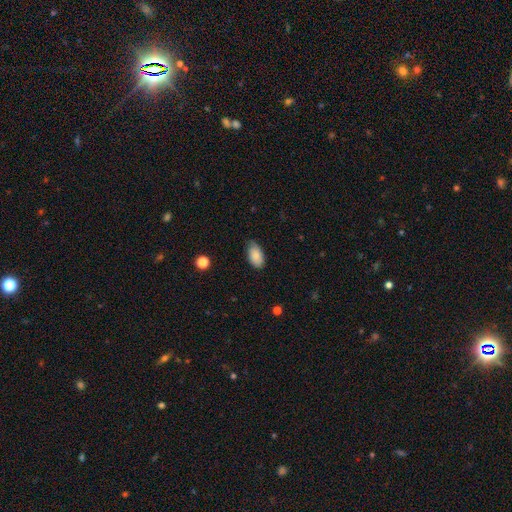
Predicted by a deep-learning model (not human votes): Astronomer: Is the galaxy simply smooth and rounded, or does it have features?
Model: smooth — 84%.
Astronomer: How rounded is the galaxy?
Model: in between — 94%.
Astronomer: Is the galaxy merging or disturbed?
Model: none — 73%.